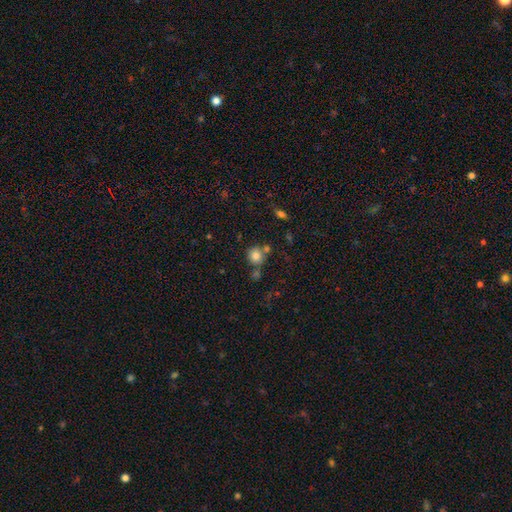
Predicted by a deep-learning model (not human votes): This is clearly a smooth galaxy (81%). How rounded: clearly round (87%). Merging: likely none (66%).